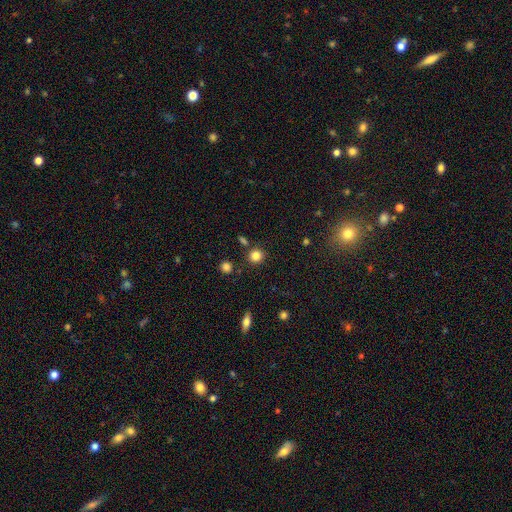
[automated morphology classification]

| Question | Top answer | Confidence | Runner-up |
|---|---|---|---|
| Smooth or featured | smooth | 83% | star or artifact (12%) |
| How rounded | round | 88% | in between (11%) |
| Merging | none | 84% | minor disturbance (8%) |